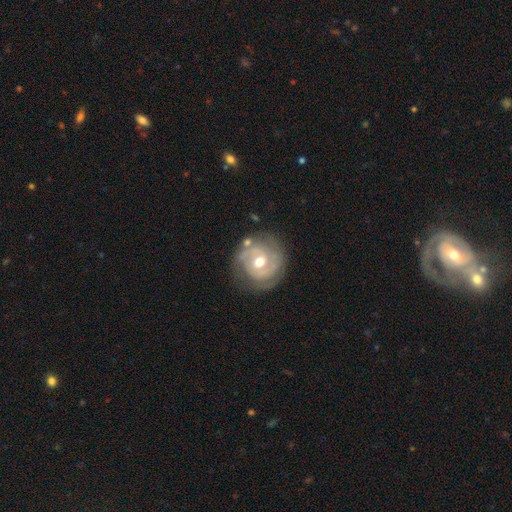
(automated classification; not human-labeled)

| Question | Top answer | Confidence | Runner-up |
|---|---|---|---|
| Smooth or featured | featured or disk | 80% | smooth (14%) |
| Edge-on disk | no | 97% | yes (3%) |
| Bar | no | 58% | weak (33%) |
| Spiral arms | yes | 88% | no (12%) |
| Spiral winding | tight | 65% | medium (26%) |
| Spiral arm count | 2 | 50% | can't tell (23%) |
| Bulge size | moderate | 76% | small (18%) |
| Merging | none | 73% | minor disturbance (17%) |